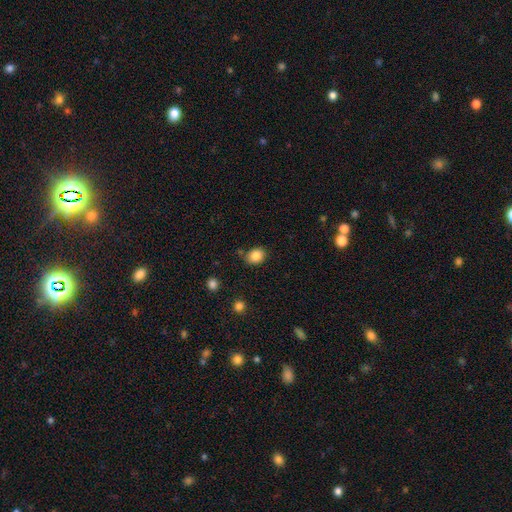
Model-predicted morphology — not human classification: A smooth galaxy with no disk features (86%) that is round (50%).

Vote fractions:
- Smooth or featured? smooth: 86% / star or artifact: 10% / featured or disk: 5%
- How rounded? round: 50% / in between: 49% / cigar-shaped: 1%
- Merging? none: 78% / minor disturbance: 14% / merger: 5% / major disturbance: 3%